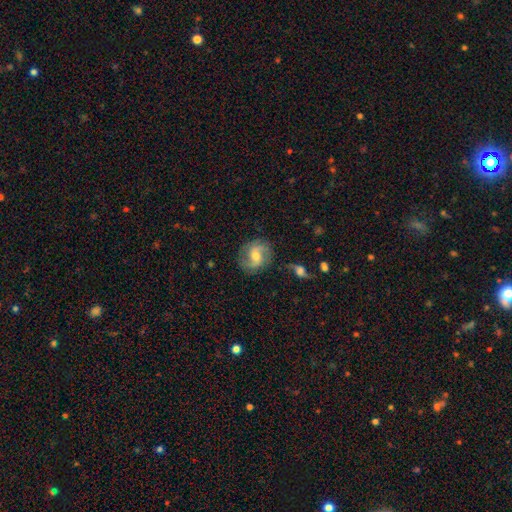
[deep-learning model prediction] A featured or disk galaxy (71%) with a weak bar (47%), 2 (85%) medium (47%) spiral arms (93%) and a moderate central bulge (60%). Merging: none (78%).